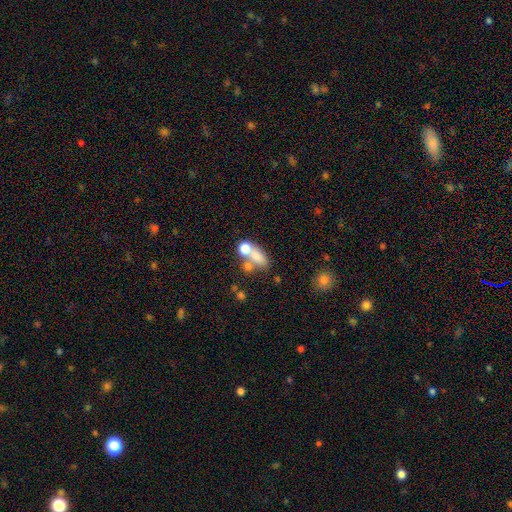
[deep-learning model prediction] The model was most divided on "merging": merger: 54%, none: 28%, minor disturbance: 9%, major disturbance: 9%. More confident: how rounded — in between (70%); smooth or featured — smooth (69%).